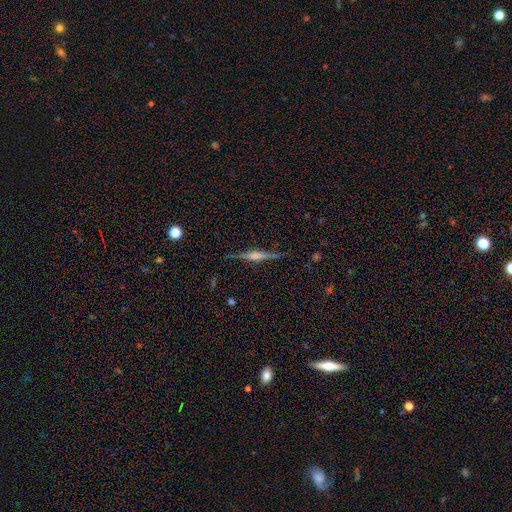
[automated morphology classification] type=featured or disk (78%); edge-on=yes (98%); edge-on bulge=rounded (65%); merging=none (87%).